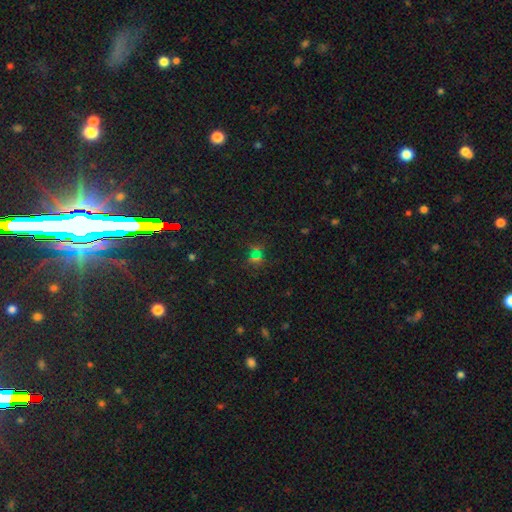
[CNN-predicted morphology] A star or artifact, not a galaxy (57%).

Vote fractions:
- Smooth or featured? star or artifact: 57% / smooth: 33% / featured or disk: 10%